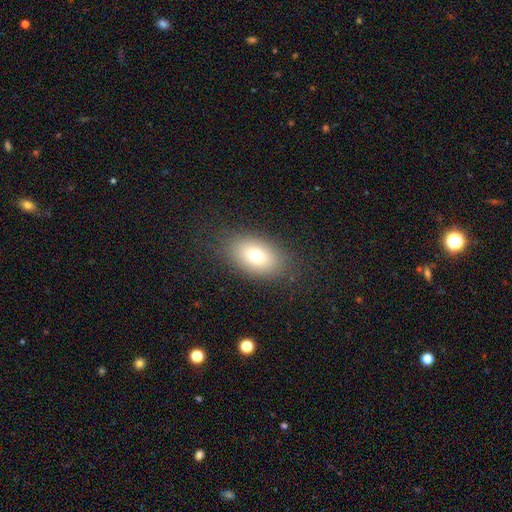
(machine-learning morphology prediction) Smooth or featured?
  - smooth: 75% *
  - featured or disk: 14%
  - star or artifact: 11%
How rounded?
  - in between: 85% *
  - round: 13%
  - cigar-shaped: 2%
Merging?
  - none: 84% *
  - minor disturbance: 10%
  - major disturbance: 4%
  - merger: 1%